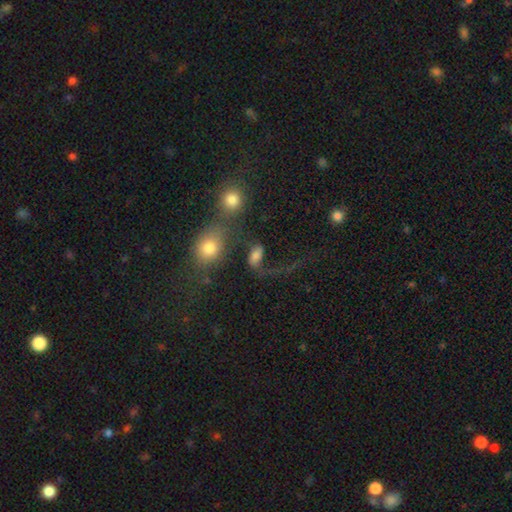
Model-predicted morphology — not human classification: Overall: smooth (55%; featured or disk 29%). How rounded: in between (80%). Merging: none (34%; major disturbance 26%).